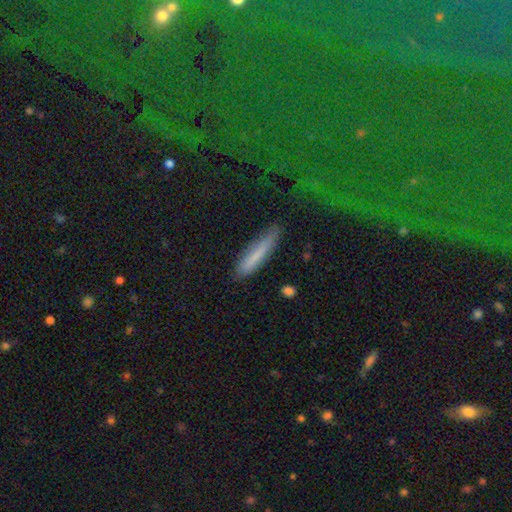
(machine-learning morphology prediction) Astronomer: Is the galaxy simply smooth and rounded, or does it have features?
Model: smooth — 75%.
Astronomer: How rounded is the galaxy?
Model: cigar-shaped — 89%.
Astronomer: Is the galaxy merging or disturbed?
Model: none — 80%.